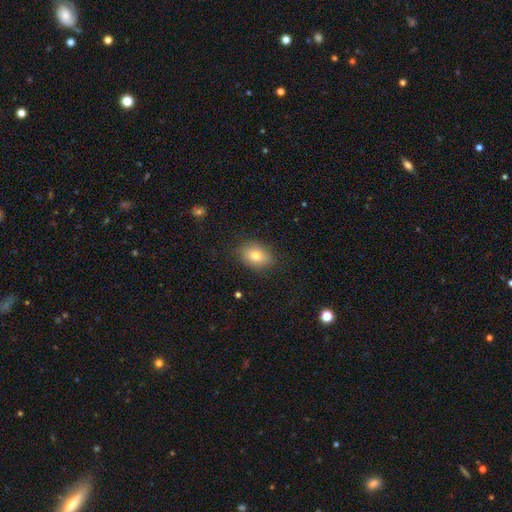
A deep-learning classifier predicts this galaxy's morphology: Smooth or featured: smooth — 79% (featured or disk — 12%)
How rounded: in between — 77% (round — 21%)
Merging: none — 84% (minor disturbance — 12%)